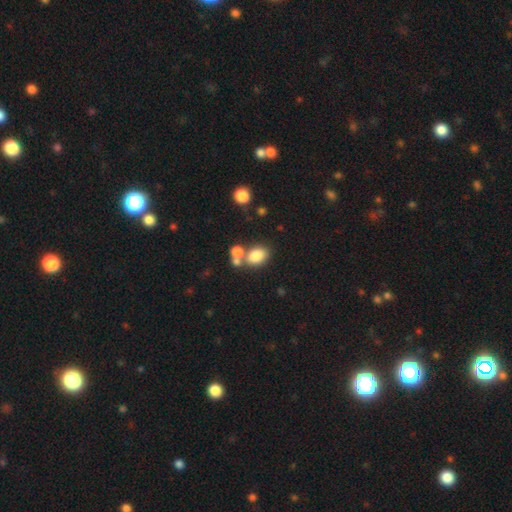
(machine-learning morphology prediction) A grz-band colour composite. It shows a smooth galaxy with no disk features (81%) that is in between round and cigar-shaped (74%). Merging: none (50%).